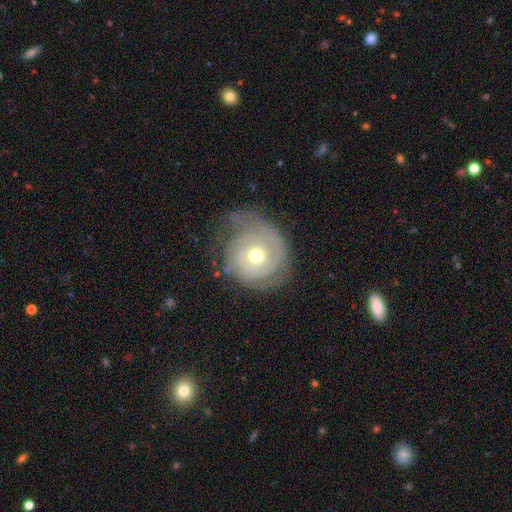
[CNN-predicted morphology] Overall: featured or disk (79%). Edge-on disk: no (97%). Bar: no (79%). Spiral arms: yes (90%). Spiral arm count: 2 (38%; can't tell 29%). Spiral winding: tight (73%). Bulge size: moderate (69%). Merging: none (61%; minor disturbance 23%).